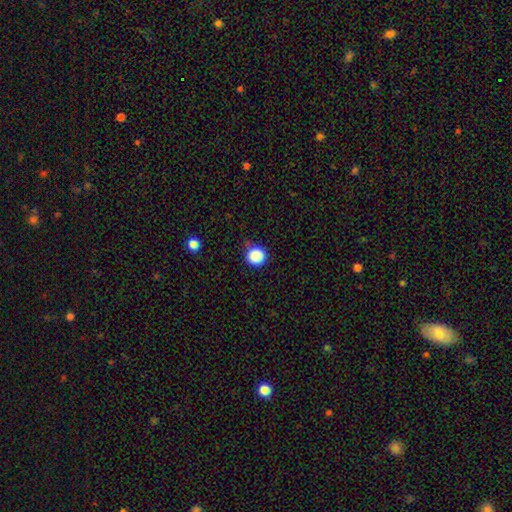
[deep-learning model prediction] Smooth or featured? smooth (87%)
How rounded? round (92%)
Merging? none (77%)